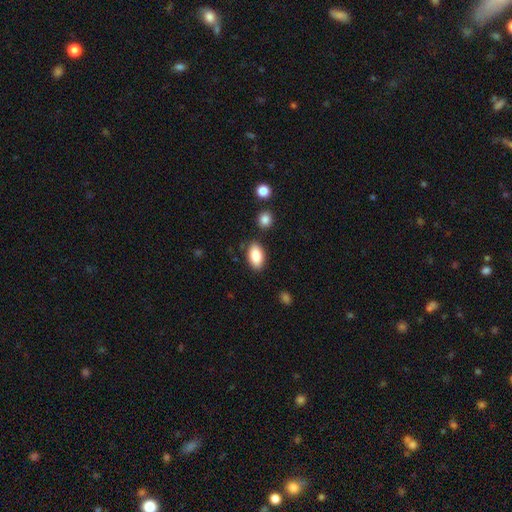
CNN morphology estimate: Smooth or featured? Predicted: smooth (p=0.87). How rounded? Predicted: in between (p=0.93). Merging? Predicted: none (p=0.84).